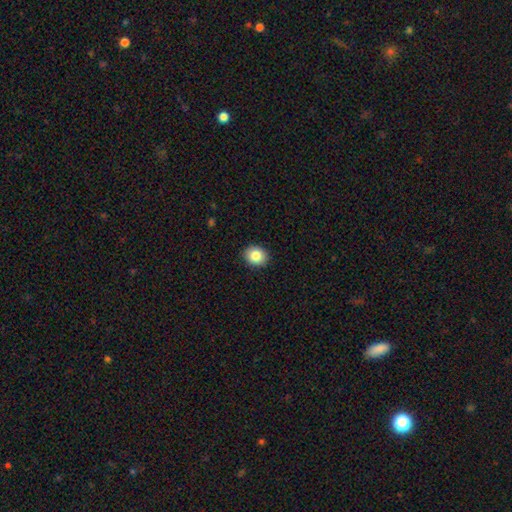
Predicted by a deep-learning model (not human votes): Q: Smooth or featured?
A: smooth (85%); runner-up: star or artifact (9%)
Q: How rounded?
A: round (64%); runner-up: in between (35%)
Q: Merging?
A: none (91%); runner-up: minor disturbance (7%)